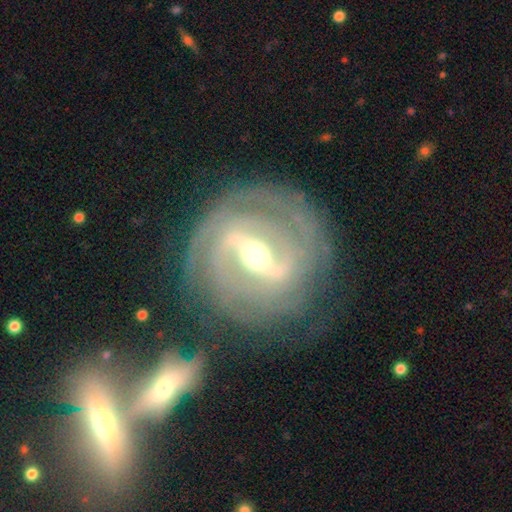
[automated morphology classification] Overall: featured or disk (89%). Edge-on disk: no (93%). Bar: strong (71%). Spiral arms: yes (94%). Spiral arm count: 2 (56%; can't tell 18%). Spiral winding: tight (60%; medium 31%). Bulge size: moderate (64%; small 27%). Merging: none (80%).